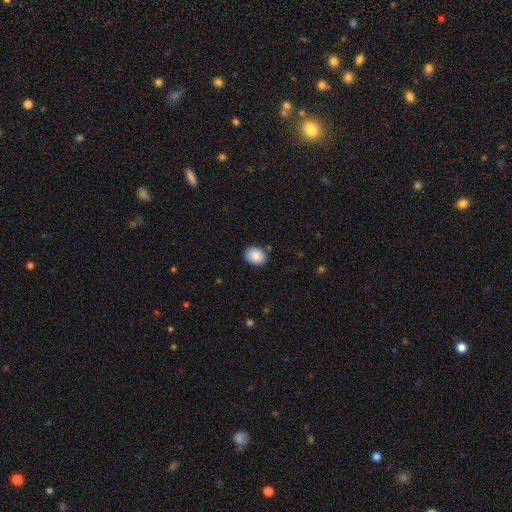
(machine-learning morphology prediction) smooth-or-featured: smooth: 88% | star or artifact: 7% | featured or disk: 5%
  how-rounded: in between: 59% | round: 40% | cigar-shaped: 1%
  merging: none: 87% | minor disturbance: 10% | major disturbance: 2% | merger: 2%